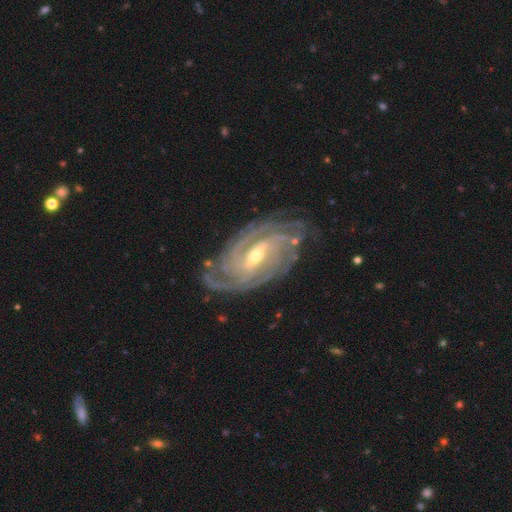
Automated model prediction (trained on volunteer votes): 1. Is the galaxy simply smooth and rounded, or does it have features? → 92% featured or disk, 5% star or artifact, 3% smooth.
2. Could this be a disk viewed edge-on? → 96% no, 4% yes.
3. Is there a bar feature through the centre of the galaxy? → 45% weak, 37% strong, 18% no.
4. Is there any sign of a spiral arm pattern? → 98% yes, 2% no.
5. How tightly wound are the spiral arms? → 72% tight, 24% medium, 4% loose.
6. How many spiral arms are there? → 30% 4, 24% 3, 17% can't tell, 13% 2, 10% more than 4, 6% 1.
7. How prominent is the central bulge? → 49% moderate, 47% small, 2% large, 1% none, 1% dominant.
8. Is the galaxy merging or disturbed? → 77% none, 16% minor disturbance, 5% major disturbance, 1% merger.